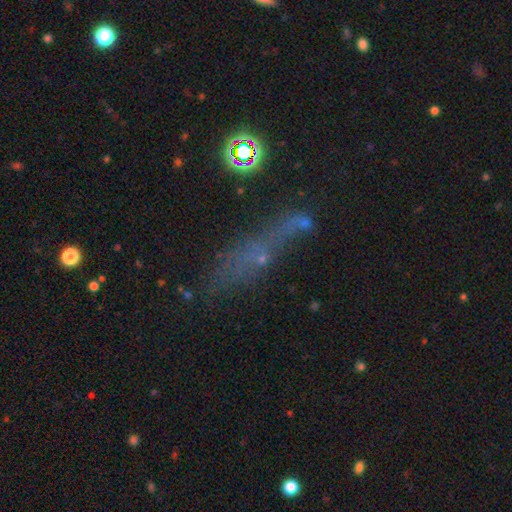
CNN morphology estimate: type=smooth (36%); merging=none (45%).